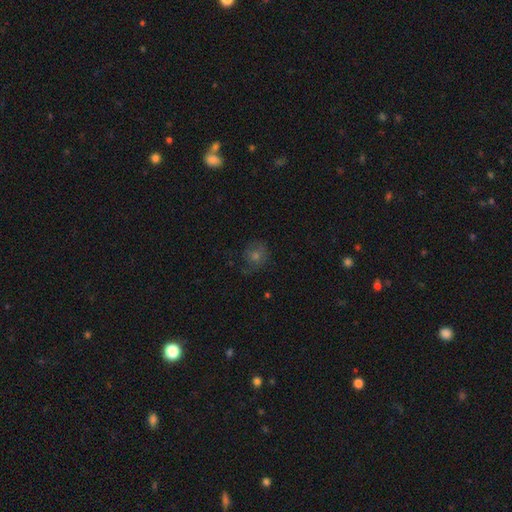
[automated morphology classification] A smooth galaxy with no disk features (47%). Merging: none (73%).